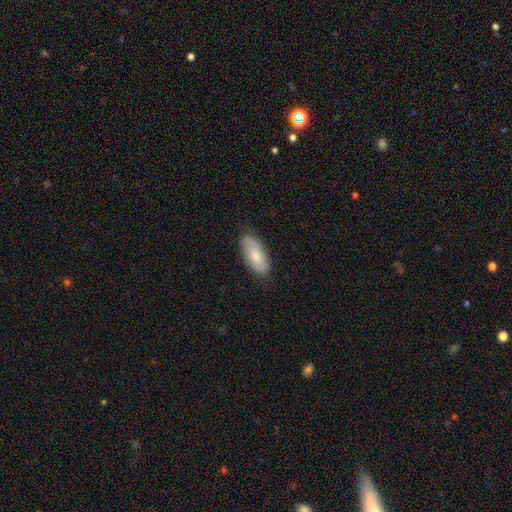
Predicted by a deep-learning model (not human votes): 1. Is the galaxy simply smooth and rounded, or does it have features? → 64% smooth, 30% featured or disk, 6% star or artifact.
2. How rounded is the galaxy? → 90% in between, 7% cigar-shaped, 2% round.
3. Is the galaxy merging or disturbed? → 83% none, 14% minor disturbance, 3% major disturbance, 1% merger.